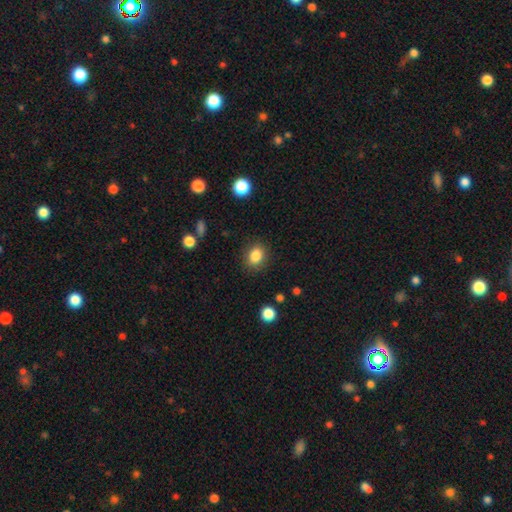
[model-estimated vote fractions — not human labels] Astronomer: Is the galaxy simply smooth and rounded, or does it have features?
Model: smooth — 86%.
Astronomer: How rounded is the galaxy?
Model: in between — 55% (runner-up: round, 44%).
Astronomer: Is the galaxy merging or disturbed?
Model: none — 86%.